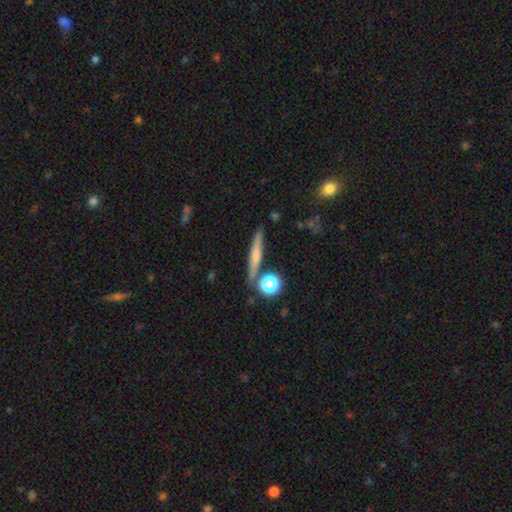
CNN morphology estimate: A smooth galaxy with no disk features (50%) that is cigar-shaped (83%). Merging: none (83%).